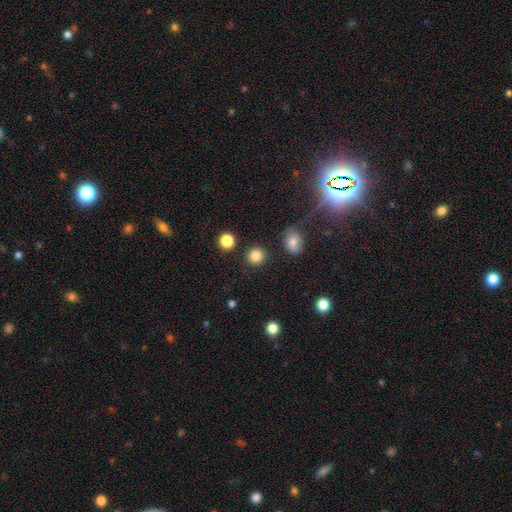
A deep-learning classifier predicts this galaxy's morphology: smooth-or-featured: smooth: 84% | star or artifact: 12% | featured or disk: 5%
  how-rounded: round: 91% | in between: 8% | cigar-shaped: 1%
  merging: none: 89% | minor disturbance: 6% | merger: 3% | major disturbance: 2%